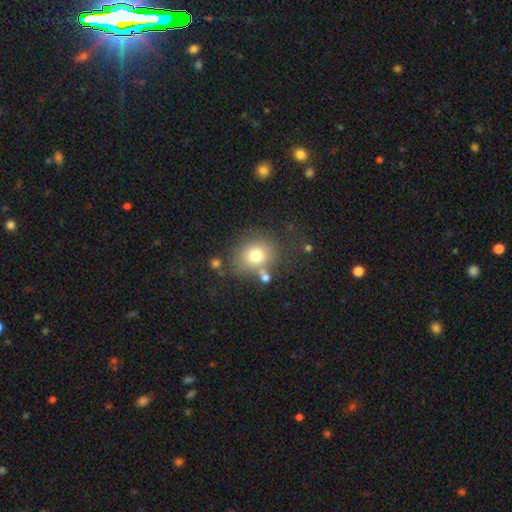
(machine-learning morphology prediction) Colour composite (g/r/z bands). It shows a smooth galaxy with no disk features (74%) that is round (64%). Merging: none (69%).